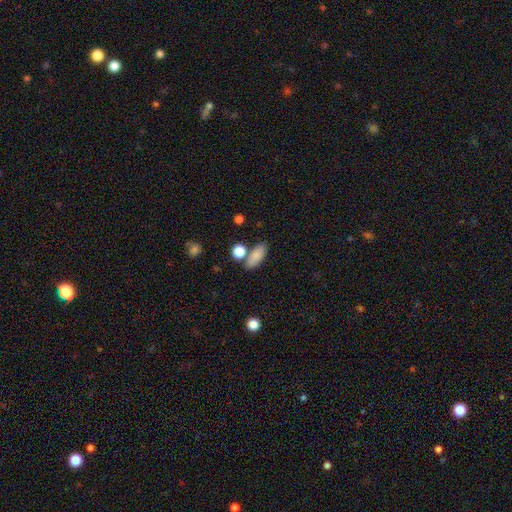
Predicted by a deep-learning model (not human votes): Overall: smooth (84%). How rounded: in between (81%). Merging: none (68%).